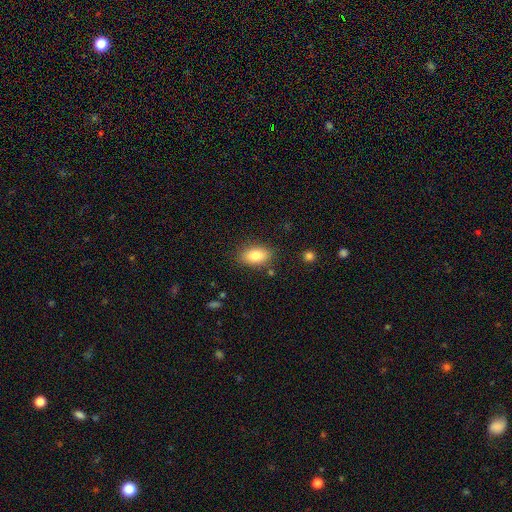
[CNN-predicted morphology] A smooth galaxy with no disk features (83%) that is in between round and cigar-shaped (90%). Merging: none (83%).